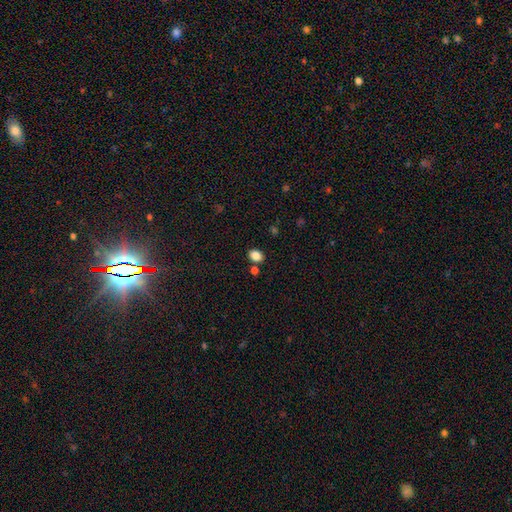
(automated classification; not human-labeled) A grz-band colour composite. It shows a smooth galaxy with no disk features (85%) that is in between round and cigar-shaped (69%). Merging: none (77%).